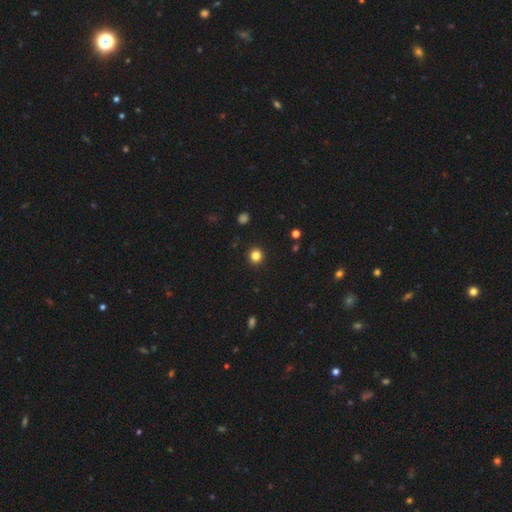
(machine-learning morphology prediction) The model was most divided on "smooth or featured": smooth: 83%, star or artifact: 13%, featured or disk: 4%. More confident: how rounded — round (94%); merging — none (93%).